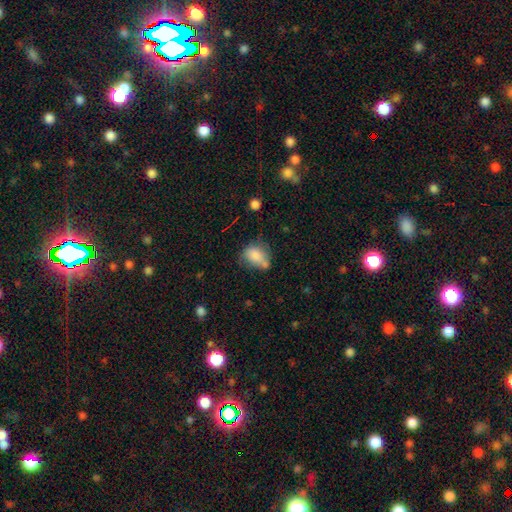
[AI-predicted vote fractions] Smooth or featured? Predicted: smooth (p=0.76). How rounded? Predicted: in between (p=0.67). Merging? Predicted: none (p=0.38).